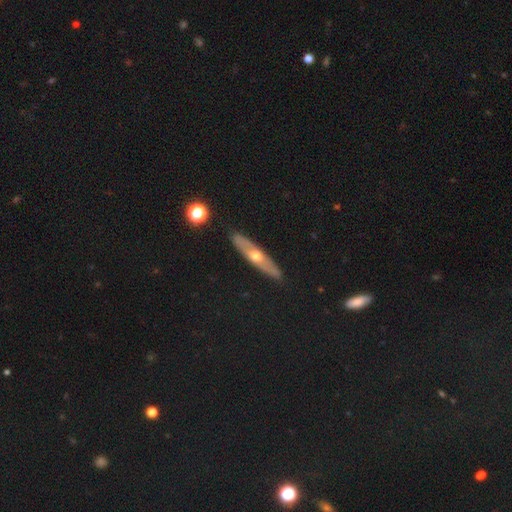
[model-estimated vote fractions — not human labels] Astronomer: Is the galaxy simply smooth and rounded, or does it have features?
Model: featured or disk — 62%.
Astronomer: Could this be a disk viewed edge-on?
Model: yes — 75%.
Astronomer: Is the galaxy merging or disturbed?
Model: none — 88%.